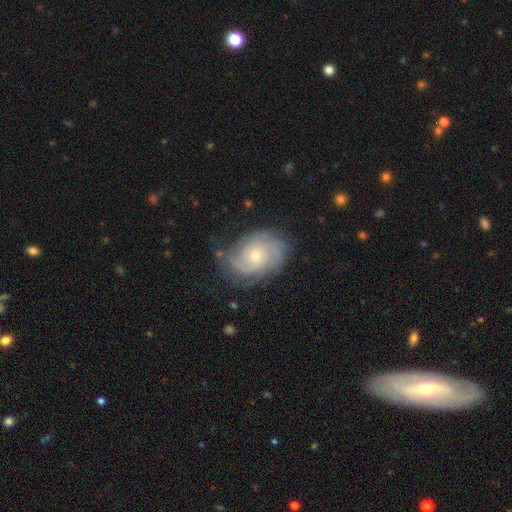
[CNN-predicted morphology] Smooth or featured: featured or disk — 83% (smooth — 11%)
Edge-on disk: no — 97% (yes — 3%)
Bar: no — 75% (weak — 22%)
Spiral arms: yes — 96% (no — 4%)
Spiral winding: tight — 65% (medium — 28%)
Spiral arm count: can't tell — 32% (3 — 22%)
Bulge size: small — 51% (moderate — 45%)
Merging: none — 73% (minor disturbance — 19%)